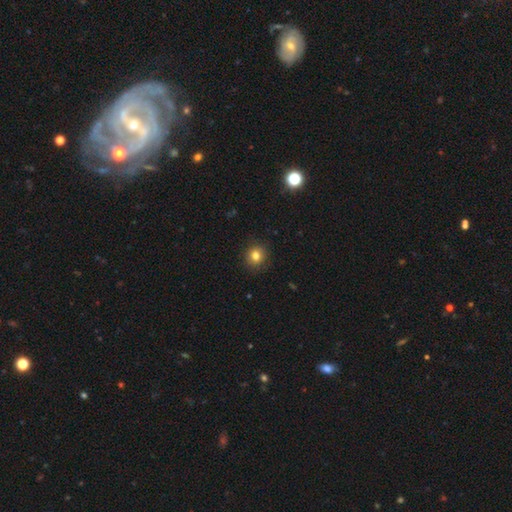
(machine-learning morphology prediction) This appears to be a smooth galaxy with no disk features (81%) that is round (87%). Merging: none (90%).